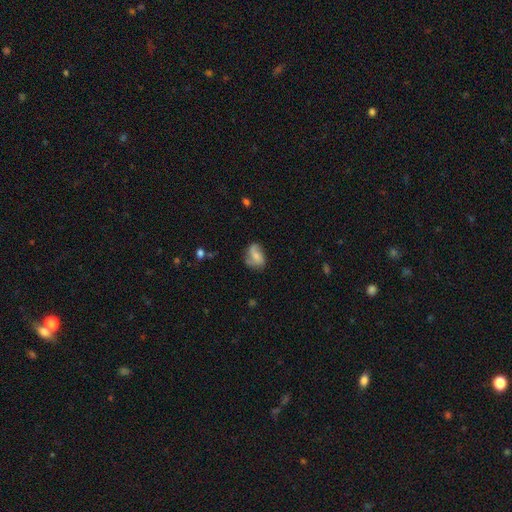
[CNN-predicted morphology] smooth-or-featured: smooth: 50% | featured or disk: 41% | star or artifact: 9%
  merging: none: 51% | minor disturbance: 29% | major disturbance: 14% | merger: 5%